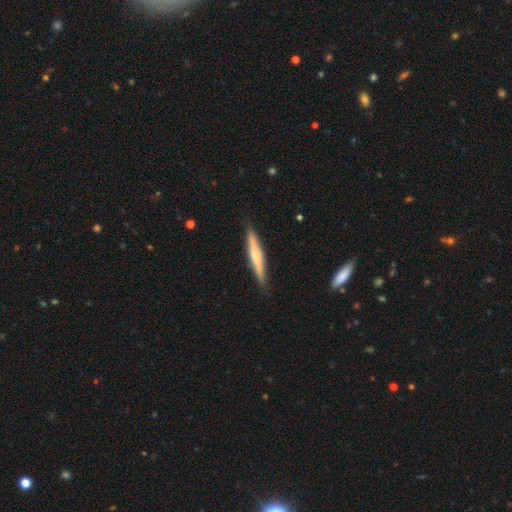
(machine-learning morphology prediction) The model was most divided on "smooth or featured": smooth: 49%, featured or disk: 46%, star or artifact: 5%. More confident: merging — none (87%).